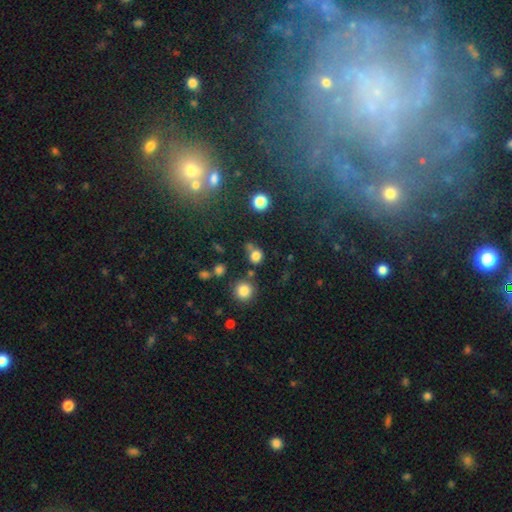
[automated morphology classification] smooth 77%, star or artifact 17%, featured or disk 6%. Down the decision tree: how rounded — round (79%); merging — none (59%).